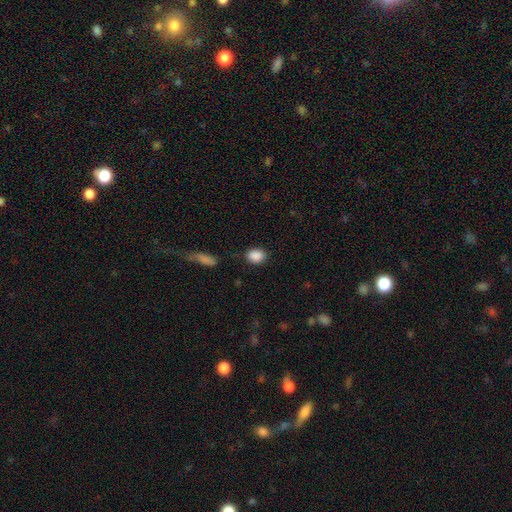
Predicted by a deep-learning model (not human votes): Q: Smooth or featured?
A: smooth (89%); runner-up: star or artifact (8%)
Q: How rounded?
A: in between (64%); runner-up: round (35%)
Q: Merging?
A: none (80%); runner-up: minor disturbance (13%)